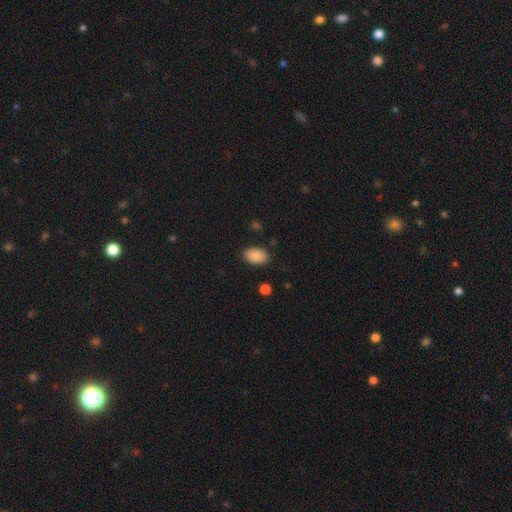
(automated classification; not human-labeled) The model was most divided on "merging": none: 87%, minor disturbance: 9%, major disturbance: 2%, merger: 2%. More confident: how rounded — in between (91%); smooth or featured — smooth (88%).